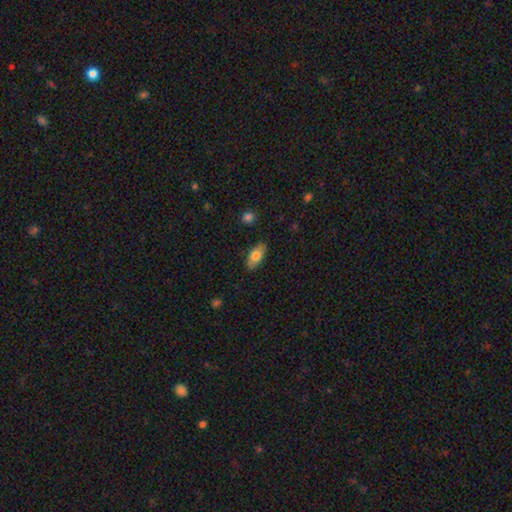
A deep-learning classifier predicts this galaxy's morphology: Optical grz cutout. It shows a smooth galaxy with no disk features (75%) that is in between round and cigar-shaped (88%). Merging: none (85%).